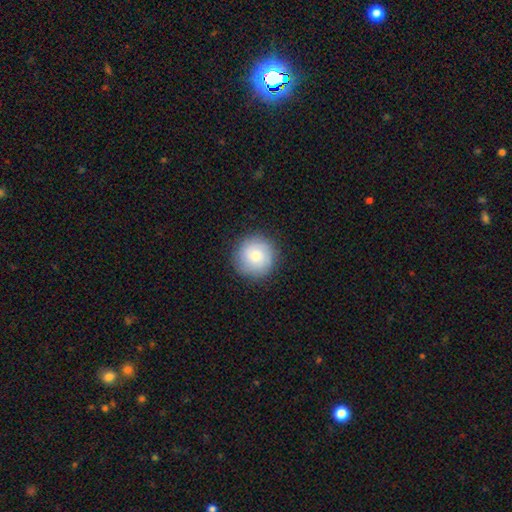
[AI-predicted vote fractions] Morphology: type=smooth (77%); roundness=round (95%); merging=none (87%).